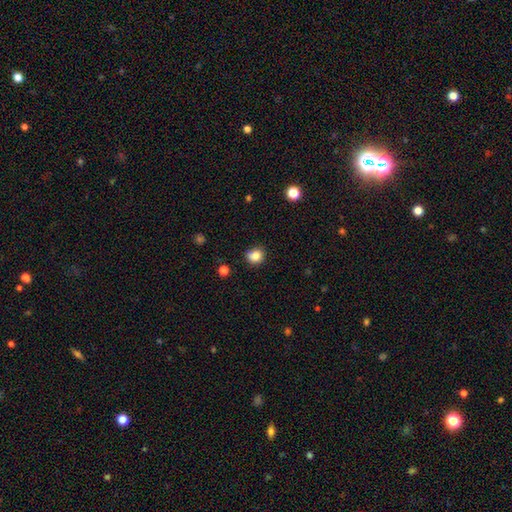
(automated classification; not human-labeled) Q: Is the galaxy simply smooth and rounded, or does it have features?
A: smooth — 84%.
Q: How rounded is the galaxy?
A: round — 80%.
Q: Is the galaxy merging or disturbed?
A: none — 81%.